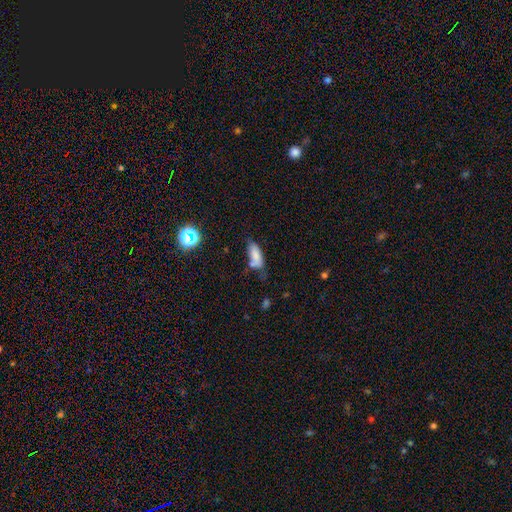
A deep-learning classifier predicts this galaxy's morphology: This is likely a smooth galaxy (76%). How rounded: likely in between (75%). Merging: marginally none (43%).